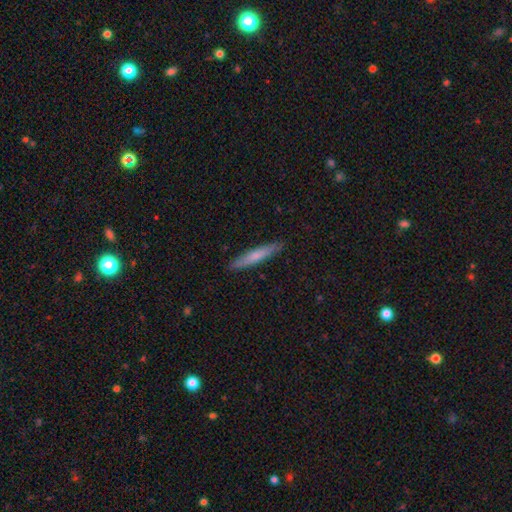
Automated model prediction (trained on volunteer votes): This is likely a smooth galaxy (65%). How rounded: clearly cigar-shaped (94%). Merging: clearly none (90%).